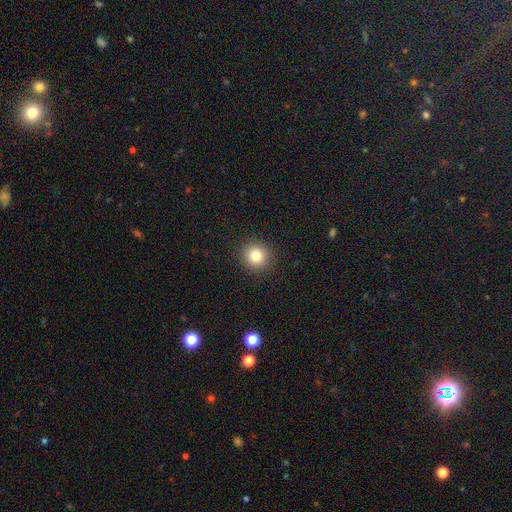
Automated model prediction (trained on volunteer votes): Smooth or featured? Predicted: smooth (p=0.82). How rounded? Predicted: round (p=0.93). Merging? Predicted: none (p=0.92).